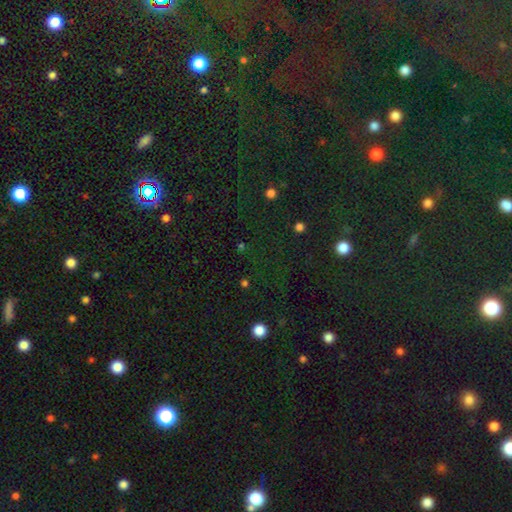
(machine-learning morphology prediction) smooth_or_featured: star or artifact (p=0.73) [alt: smooth p=0.19]